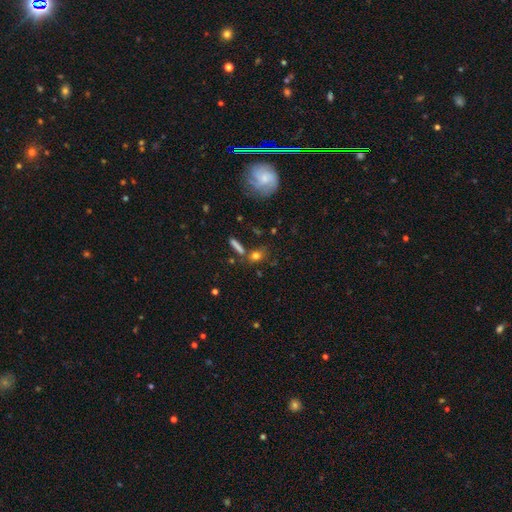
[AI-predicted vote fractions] Q: Smooth or featured?
A: smooth (74%); runner-up: star or artifact (14%)
Q: How rounded?
A: in between (47%); runner-up: round (41%)
Q: Merging?
A: none (68%); runner-up: minor disturbance (14%)